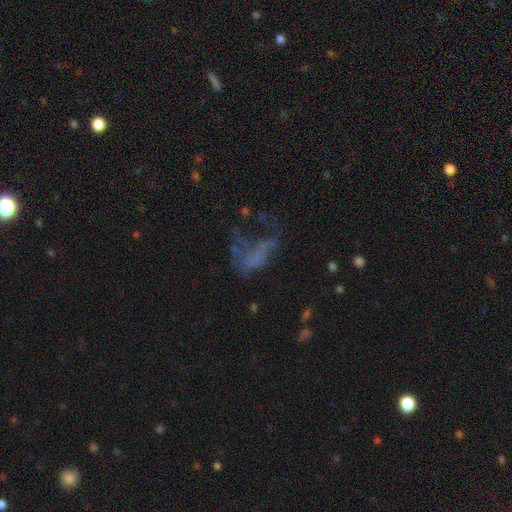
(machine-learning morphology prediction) This is marginally a featured or disk galaxy (40%). Merging: possibly major disturbance (50%).